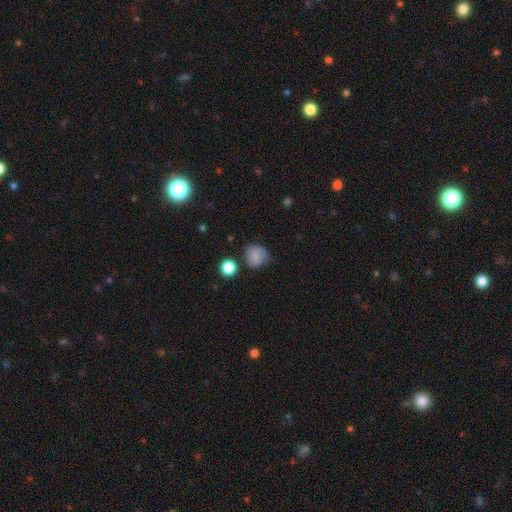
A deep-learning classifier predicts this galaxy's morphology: Smooth or featured?
  - smooth: 69% *
  - featured or disk: 20%
  - star or artifact: 11%
How rounded?
  - round: 81% *
  - in between: 18%
  - cigar-shaped: 1%
Merging?
  - none: 67% *
  - minor disturbance: 22%
  - major disturbance: 8%
  - merger: 3%